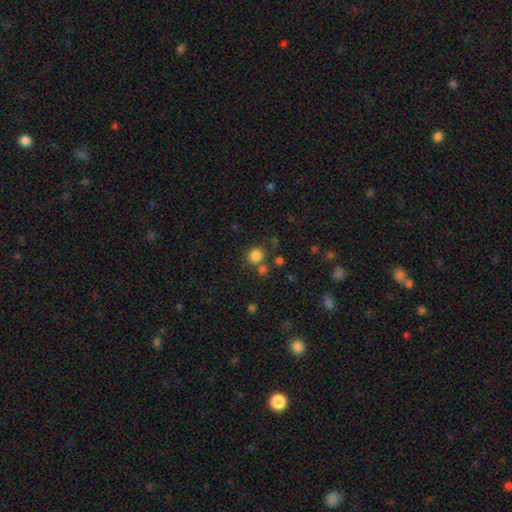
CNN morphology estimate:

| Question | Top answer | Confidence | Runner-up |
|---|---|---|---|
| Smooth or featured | smooth | 82% | star or artifact (13%) |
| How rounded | round | 88% | in between (11%) |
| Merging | none | 72% | merger (15%) |